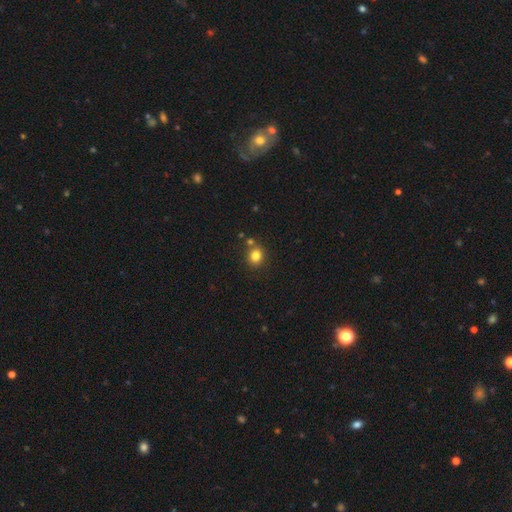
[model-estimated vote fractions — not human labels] smooth-or-featured: smooth: 81% | star or artifact: 13% | featured or disk: 6%
  how-rounded: round: 77% | in between: 22% | cigar-shaped: 1%
  merging: none: 74% | merger: 12% | minor disturbance: 11% | major disturbance: 3%